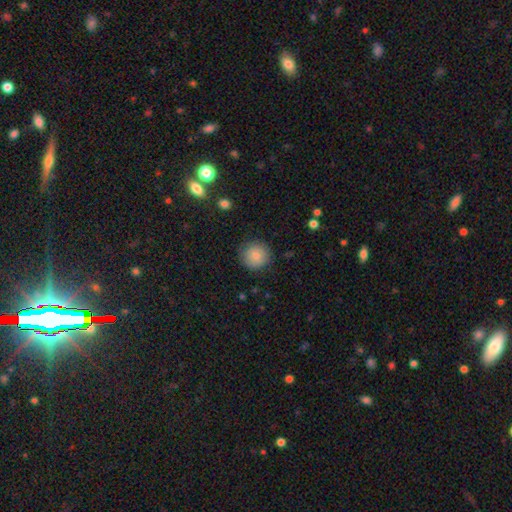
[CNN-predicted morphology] Q: Smooth or featured?
A: smooth (85%); runner-up: star or artifact (8%)
Q: How rounded?
A: round (94%); runner-up: in between (5%)
Q: Merging?
A: none (86%); runner-up: minor disturbance (10%)